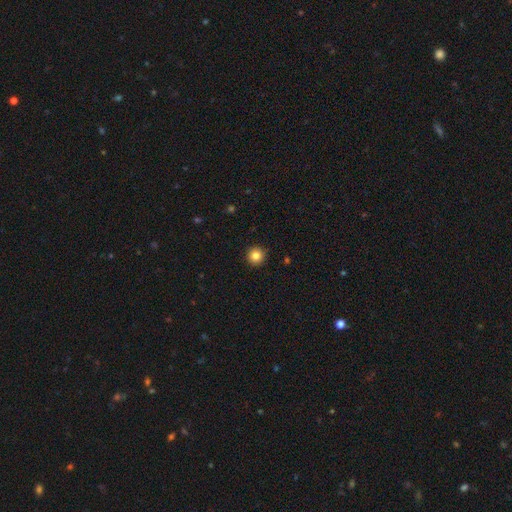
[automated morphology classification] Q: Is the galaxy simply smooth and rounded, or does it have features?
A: smooth — 84%.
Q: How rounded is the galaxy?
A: round — 96%.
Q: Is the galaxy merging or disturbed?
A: none — 93%.